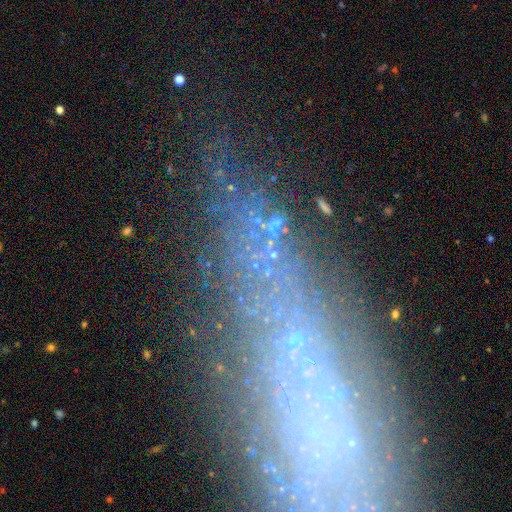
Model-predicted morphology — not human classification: type=featured or disk (43%); merging=none (74%).